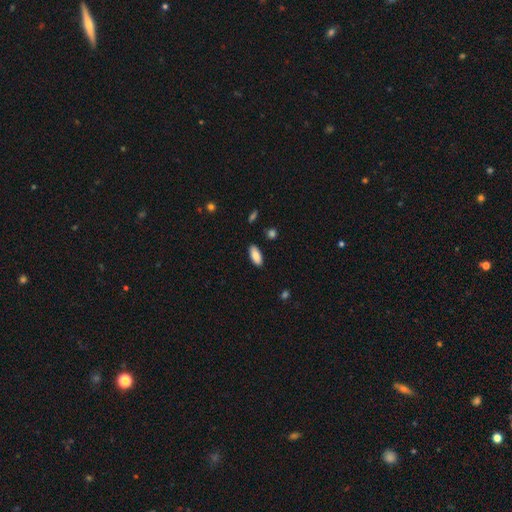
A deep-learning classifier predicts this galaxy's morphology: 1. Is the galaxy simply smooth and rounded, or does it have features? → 87% smooth, 7% star or artifact, 6% featured or disk.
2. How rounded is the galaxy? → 86% in between, 12% cigar-shaped, 2% round.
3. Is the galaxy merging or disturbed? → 88% none, 9% minor disturbance, 2% major disturbance, 1% merger.